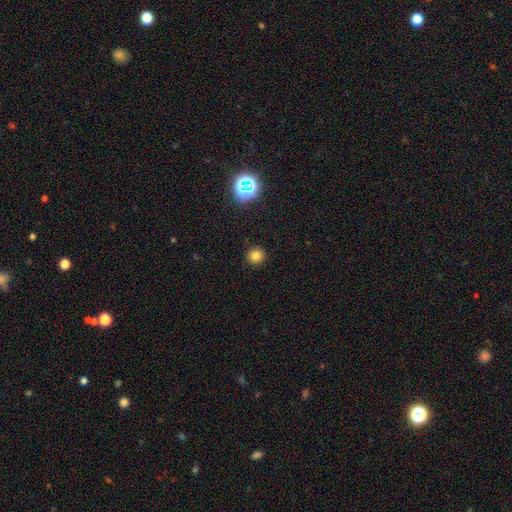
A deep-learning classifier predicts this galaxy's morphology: This appears to be a smooth galaxy with no disk features (79%) that is round (94%). Merging: none (91%).